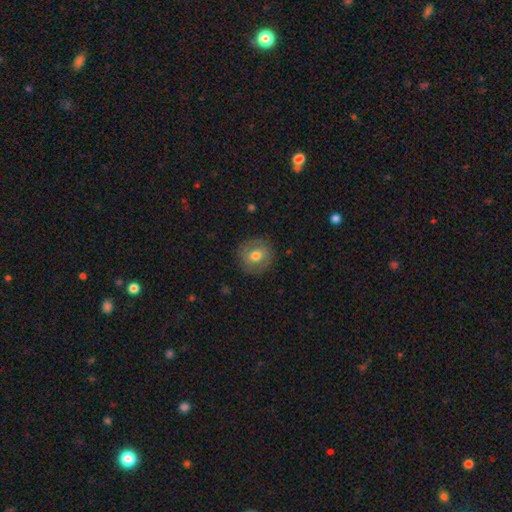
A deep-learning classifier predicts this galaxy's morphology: Smooth or featured: smooth — 62% (featured or disk — 30%)
How rounded: round — 89% (in between — 10%)
Merging: none — 86% (minor disturbance — 10%)